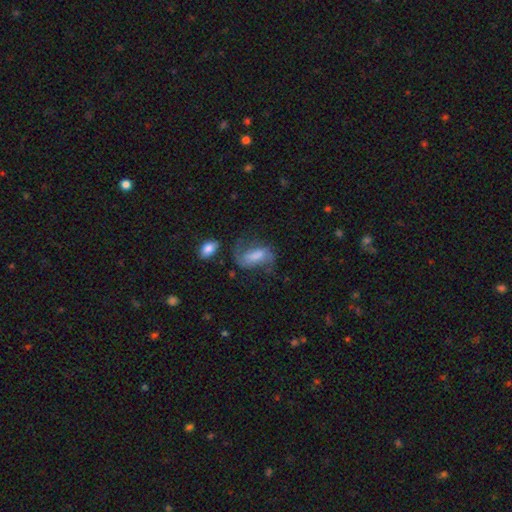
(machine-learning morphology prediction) A featured or disk galaxy (64%) with a weak bar (43%), 2 (87%) loose (48%) spiral arms (90%) and a moderate central bulge (27%).

Vote fractions:
- Smooth or featured? featured or disk: 64% / smooth: 27% / star or artifact: 10%
- Edge-on disk? no: 95% / yes: 5%
- Bar? weak: 43% / strong: 32% / no: 24%
- Spiral arms? yes: 90% / no: 10%
- Spiral winding? loose: 48% / medium: 41% / tight: 11%
- Spiral arm count? 2: 87% / can't tell: 6% / 1: 4% / 3: 1% / 4: 1% / more than 4: 1%
- Bulge size? moderate: 27% / none: 26% / large: 23% / small: 21% / dominant: 4%
- Merging? none: 54% / minor disturbance: 21% / major disturbance: 20% / merger: 4%